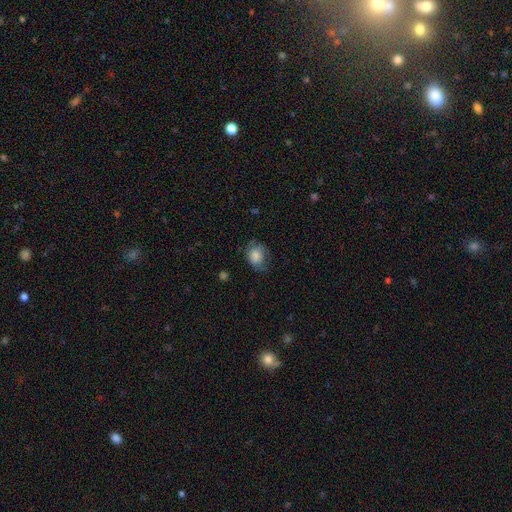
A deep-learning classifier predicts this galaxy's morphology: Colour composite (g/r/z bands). It shows a smooth galaxy with no disk features (80%) that is in between round and cigar-shaped (55%). Merging: none (56%).